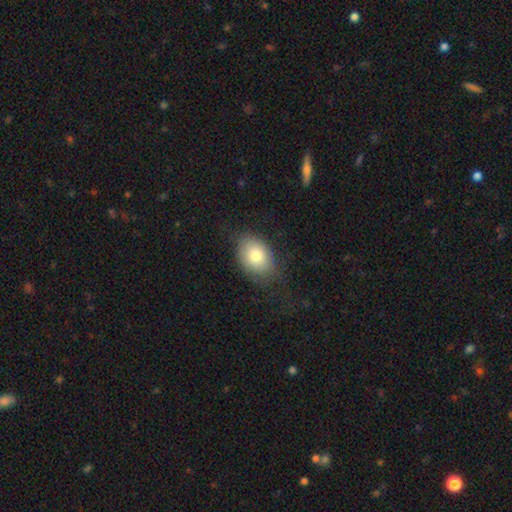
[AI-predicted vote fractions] Smooth or featured? Predicted: smooth (p=0.77). How rounded? Predicted: in between (p=0.74). Merging? Predicted: none (p=0.71).